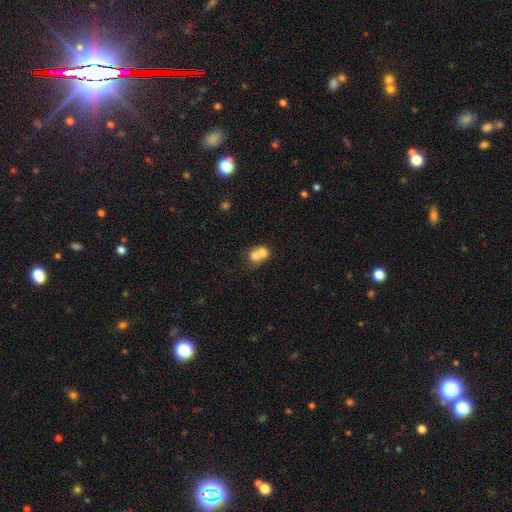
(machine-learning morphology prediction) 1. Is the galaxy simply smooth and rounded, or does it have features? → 69% smooth, 22% featured or disk, 9% star or artifact.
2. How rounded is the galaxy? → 66% round, 33% in between, 1% cigar-shaped.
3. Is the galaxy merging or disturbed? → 72% merger, 20% none, 5% minor disturbance, 3% major disturbance.